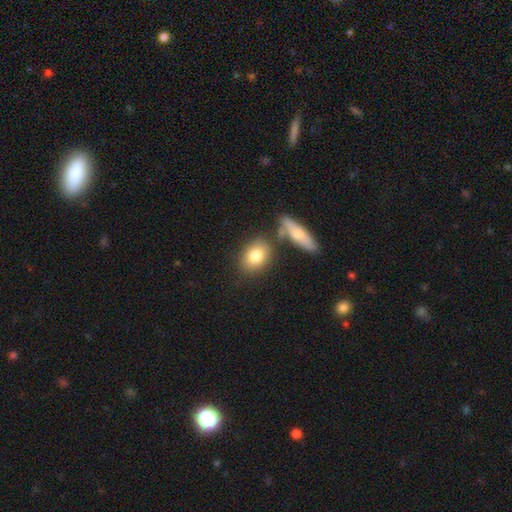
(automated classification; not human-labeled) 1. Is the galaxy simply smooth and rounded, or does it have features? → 80% smooth, 13% featured or disk, 7% star or artifact.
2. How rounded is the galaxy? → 67% in between, 29% round, 3% cigar-shaped.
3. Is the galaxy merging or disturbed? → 72% none, 13% merger, 12% minor disturbance, 3% major disturbance.